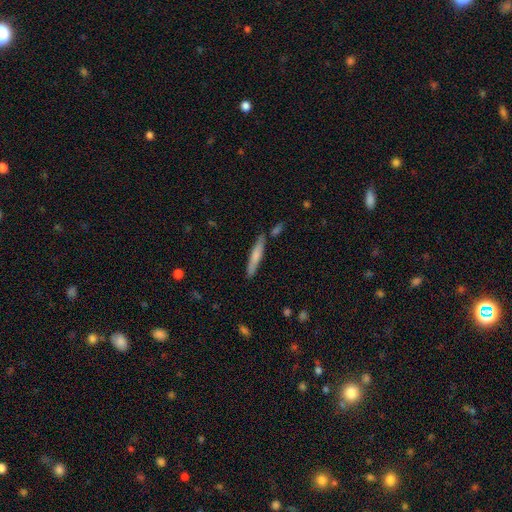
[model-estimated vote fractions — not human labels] smooth_or_featured: smooth (p=0.66) [alt: featured or disk p=0.28]
how_rounded: cigar-shaped (p=0.93) [alt: in between p=0.06]
merging: none (p=0.80) [alt: minor disturbance p=0.12]